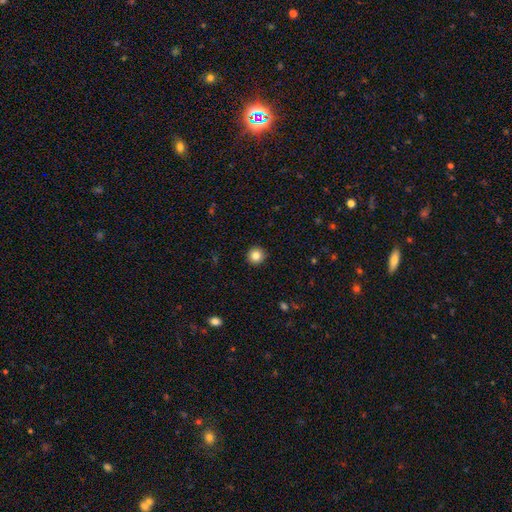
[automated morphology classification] Overall: smooth (84%). How rounded: round (95%). Merging: none (92%).